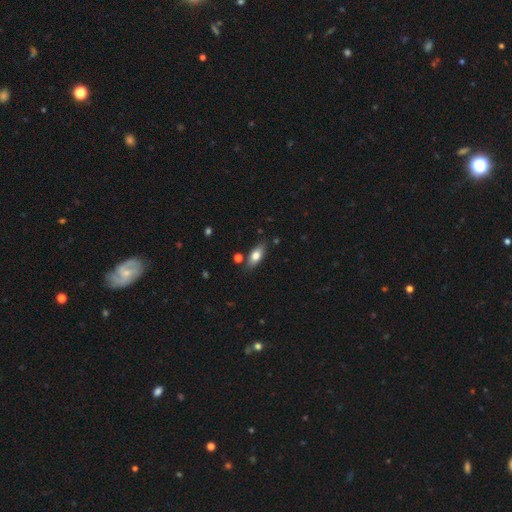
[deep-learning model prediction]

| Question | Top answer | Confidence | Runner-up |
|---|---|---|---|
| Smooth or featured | smooth | 74% | featured or disk (19%) |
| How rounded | in between | 81% | cigar-shaped (15%) |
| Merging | none | 80% | minor disturbance (13%) |